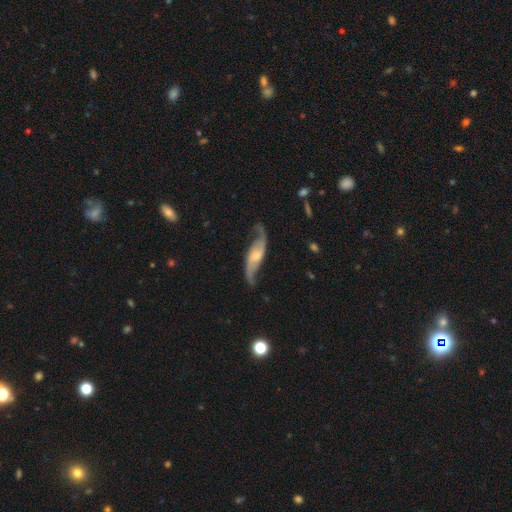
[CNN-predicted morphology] This is clearly a featured or disk galaxy (85%). It is clearly not viewed edge-on (87%). Bar: possibly no (48%). Spiral arm pattern: clearly yes (95%). Spiral arm count: clearly 2 (93%). Spiral winding: clearly loose (82%). Central bulge: marginally small (43%). Merging: likely none (73%).